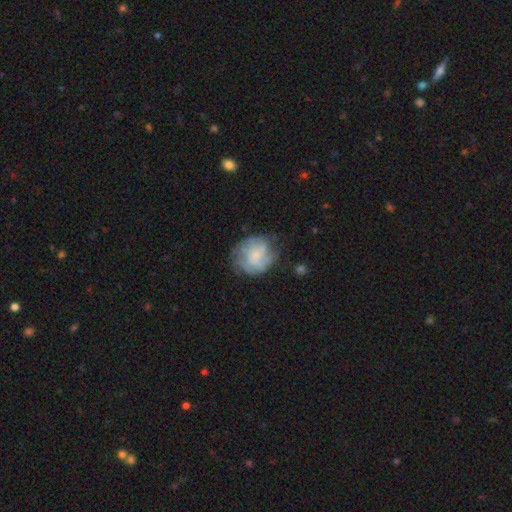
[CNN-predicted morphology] This is possibly a featured or disk galaxy (55%). It is clearly not viewed edge-on (98%). Bar: likely no (71%). Spiral arm pattern: likely yes (78%). Central bulge: marginally none (37%). Merging: likely none (61%).